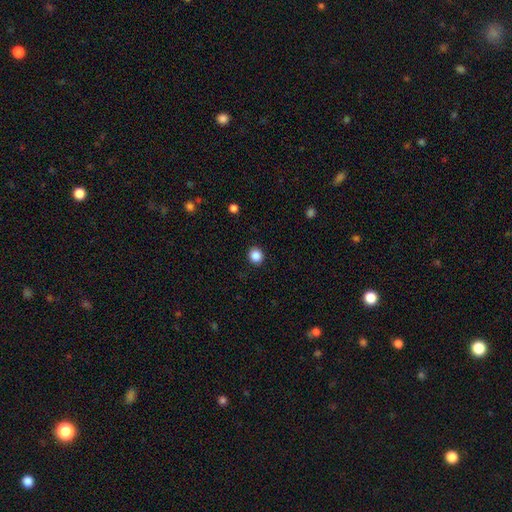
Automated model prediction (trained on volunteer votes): The model was most divided on "how rounded": round: 84%, in between: 15%, cigar-shaped: 1%. More confident: merging — none (91%); smooth or featured — smooth (87%).